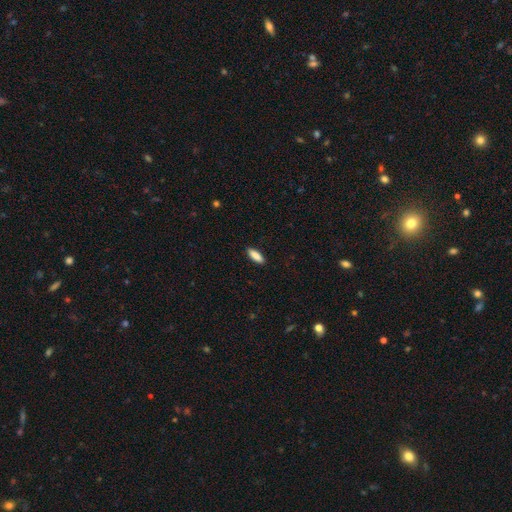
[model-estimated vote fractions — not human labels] A smooth galaxy with no disk features (88%) that is in between round and cigar-shaped (58%).

Vote fractions:
- Smooth or featured? smooth: 88% / star or artifact: 6% / featured or disk: 6%
- How rounded? in between: 58% / cigar-shaped: 40% / round: 2%
- Merging? none: 90% / minor disturbance: 7% / major disturbance: 2% / merger: 1%